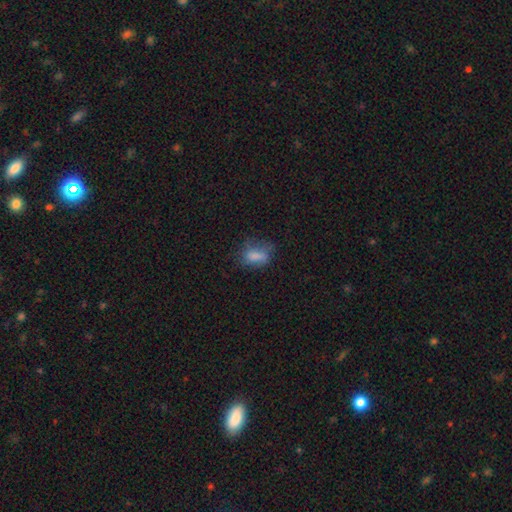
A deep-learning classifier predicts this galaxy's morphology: The model was most divided on "merging": none: 49%, minor disturbance: 28%, major disturbance: 20%, merger: 3%. More confident: how rounded — in between (81%); smooth or featured — smooth (73%).